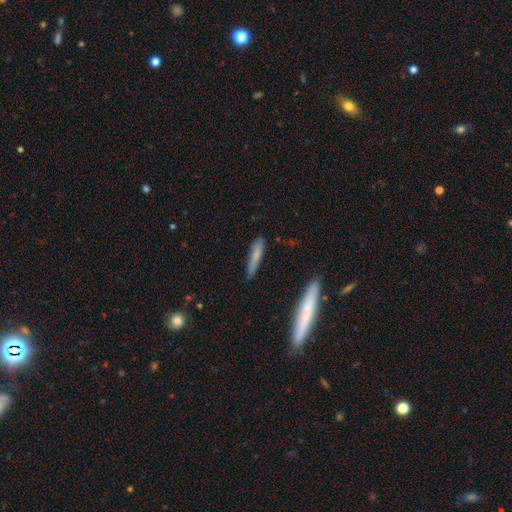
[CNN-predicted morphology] Smooth or featured?
  - smooth: 65% *
  - featured or disk: 27%
  - star or artifact: 7%
How rounded?
  - cigar-shaped: 86% *
  - in between: 12%
  - round: 2%
Merging?
  - none: 74% *
  - minor disturbance: 19%
  - major disturbance: 4%
  - merger: 3%